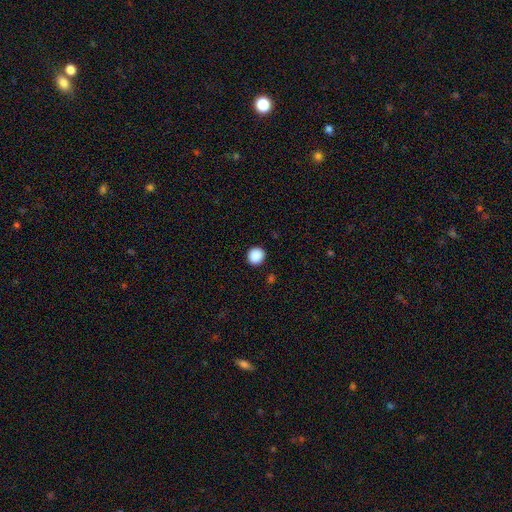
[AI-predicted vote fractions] Smooth or featured: smooth — 89% (star or artifact — 9%)
How rounded: round — 92% (in between — 7%)
Merging: none — 92% (minor disturbance — 5%)